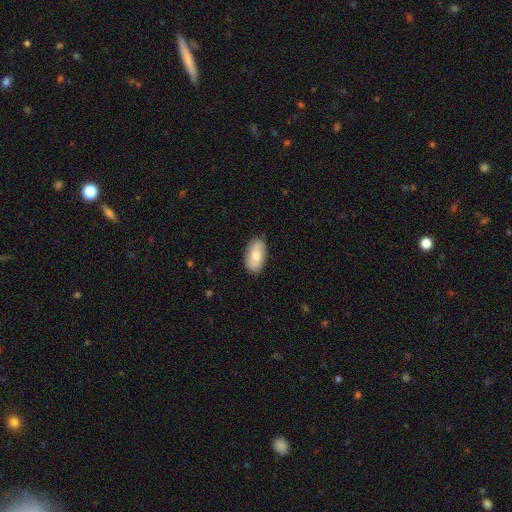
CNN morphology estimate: Smooth or featured: smooth — 64% (featured or disk — 29%)
How rounded: in between — 93% (cigar-shaped — 4%)
Merging: none — 86% (minor disturbance — 11%)